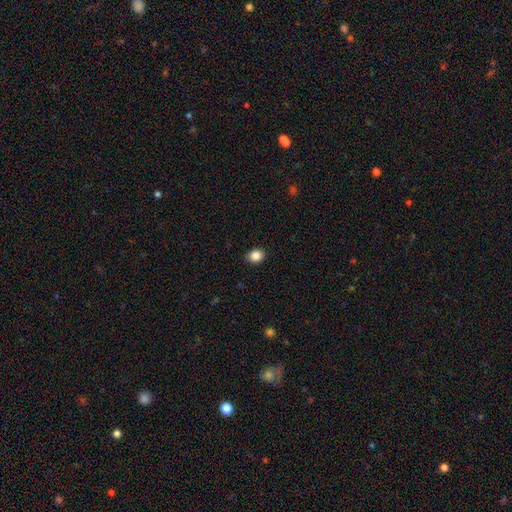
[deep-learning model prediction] This is clearly a smooth galaxy (86%). How rounded: likely round (61%). Merging: clearly none (90%).